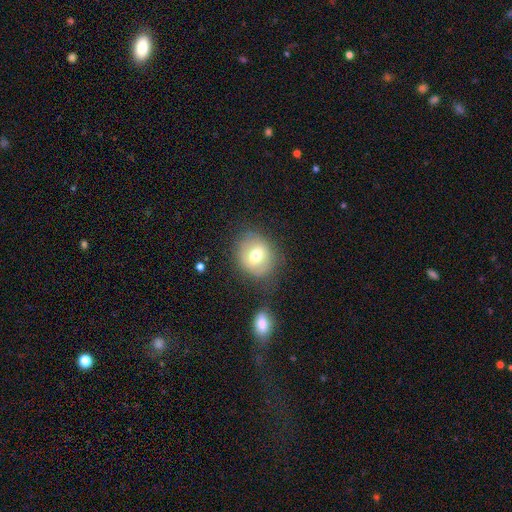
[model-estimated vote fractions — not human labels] Overall: smooth (61%; featured or disk 30%). How rounded: round (64%; in between 35%). Merging: none (72%).